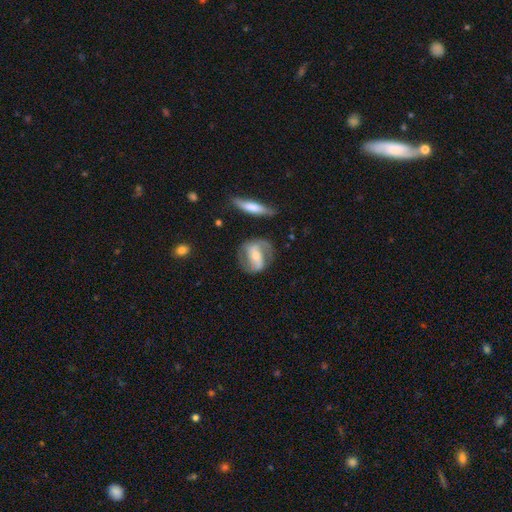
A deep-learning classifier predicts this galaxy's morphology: Q: Smooth or featured?
A: featured or disk (79%); runner-up: smooth (15%)
Q: Edge-on disk?
A: no (95%); runner-up: yes (5%)
Q: Bar?
A: strong (46%); runner-up: weak (30%)
Q: Spiral arms?
A: yes (90%); runner-up: no (10%)
Q: Spiral winding?
A: medium (47%); runner-up: tight (29%)
Q: Spiral arm count?
A: 2 (89%); runner-up: can't tell (6%)
Q: Bulge size?
A: small (48%); runner-up: moderate (46%)
Q: Merging?
A: none (75%); runner-up: minor disturbance (15%)